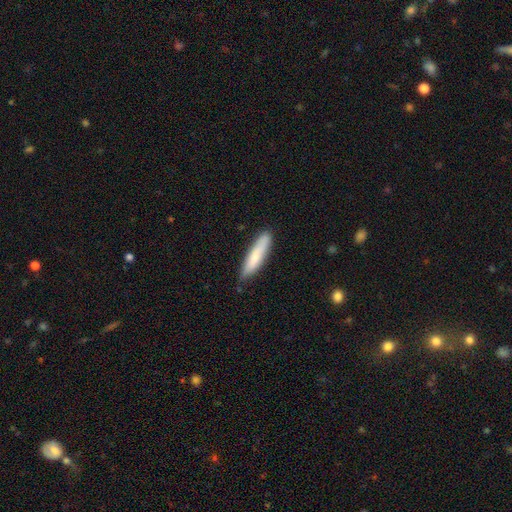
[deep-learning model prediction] smooth-or-featured: smooth: 74% | featured or disk: 20% | star or artifact: 6%
  how-rounded: cigar-shaped: 80% | in between: 18% | round: 1%
  merging: none: 77% | minor disturbance: 18% | major disturbance: 2% | merger: 2%